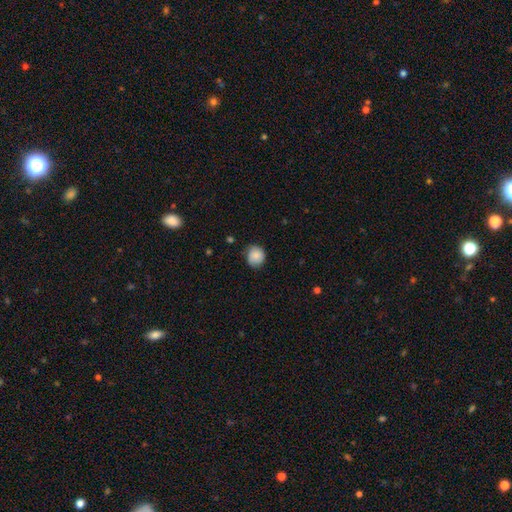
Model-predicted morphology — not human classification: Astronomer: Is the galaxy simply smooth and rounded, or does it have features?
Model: smooth — 82%.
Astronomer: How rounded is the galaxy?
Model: round — 83%.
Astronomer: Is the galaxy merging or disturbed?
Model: none — 76%.